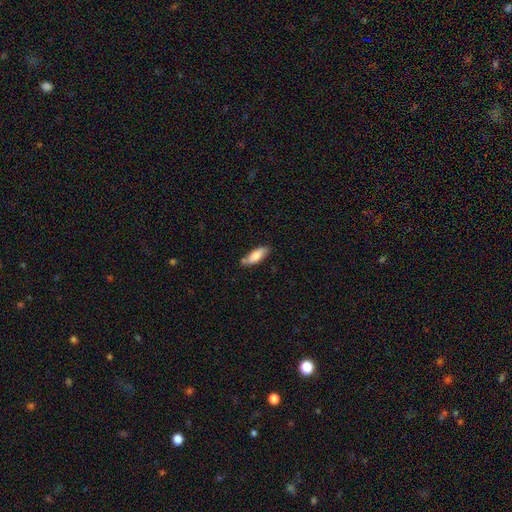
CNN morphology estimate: smooth-or-featured: smooth: 78% | featured or disk: 16% | star or artifact: 6%
  how-rounded: in between: 67% | cigar-shaped: 31% | round: 2%
  merging: none: 74% | minor disturbance: 19% | merger: 4% | major disturbance: 3%